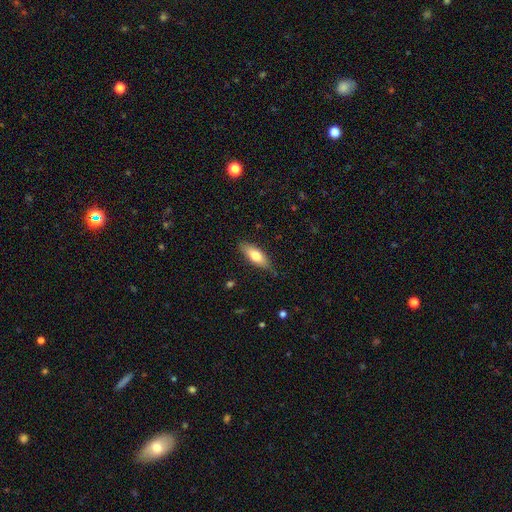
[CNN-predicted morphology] Smooth or featured: smooth — 70% (featured or disk — 23%)
How rounded: in between — 67% (cigar-shaped — 30%)
Merging: none — 79% (minor disturbance — 17%)